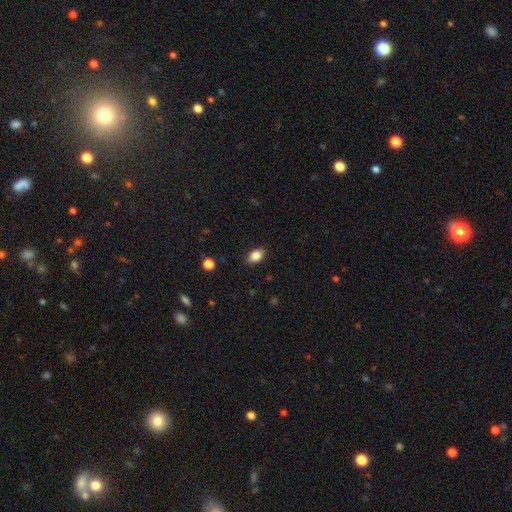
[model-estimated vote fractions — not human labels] This appears to be a smooth galaxy with no disk features (86%) that is in between round and cigar-shaped (86%). Merging: none (87%).